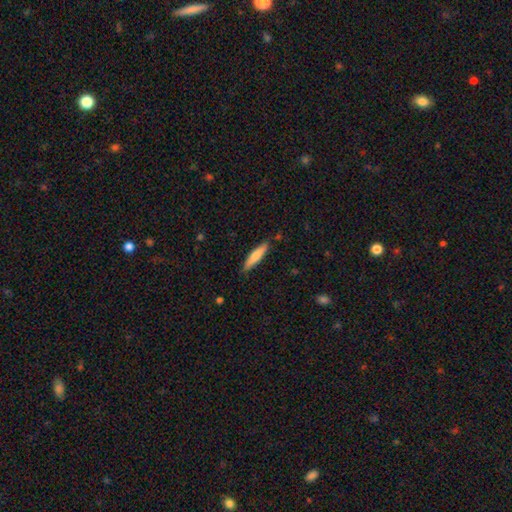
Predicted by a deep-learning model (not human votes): smooth_or_featured: smooth (p=0.73) [alt: featured or disk p=0.21]
how_rounded: cigar-shaped (p=0.83) [alt: in between p=0.15]
merging: none (p=0.86) [alt: minor disturbance p=0.10]